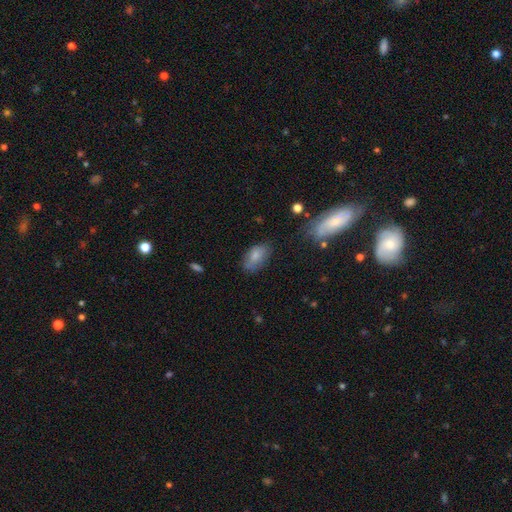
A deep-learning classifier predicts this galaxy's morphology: Q: Smooth or featured?
A: smooth (79%); runner-up: featured or disk (13%)
Q: How rounded?
A: in between (92%); runner-up: round (5%)
Q: Merging?
A: none (70%); runner-up: minor disturbance (22%)